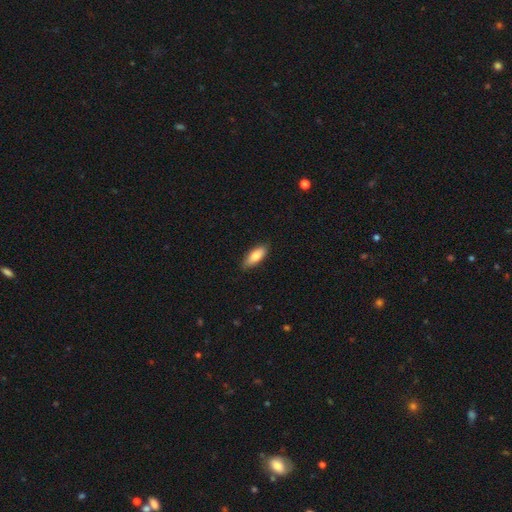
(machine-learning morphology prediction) A smooth galaxy with no disk features (82%) that is in between round and cigar-shaped (71%).

Vote fractions:
- Smooth or featured? smooth: 82% / featured or disk: 12% / star or artifact: 6%
- How rounded? in between: 71% / cigar-shaped: 27% / round: 2%
- Merging? none: 85% / minor disturbance: 12% / major disturbance: 2% / merger: 1%